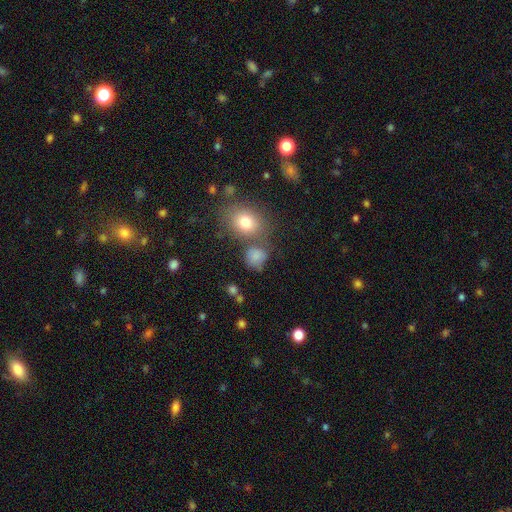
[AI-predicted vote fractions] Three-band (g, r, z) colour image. It shows a smooth galaxy with no disk features (78%) that is round (73%). Merging: none (59%).